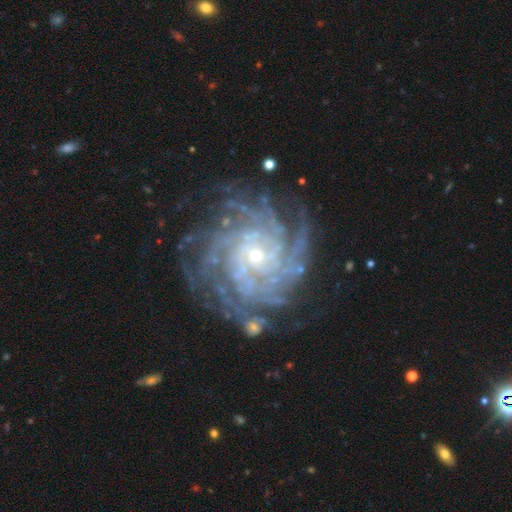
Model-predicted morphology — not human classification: A featured or disk galaxy (92%) with no bar (69%), more than 4 (39%) tight (78%) spiral arms (98%) and a small central bulge (75%). Merging: none (77%).